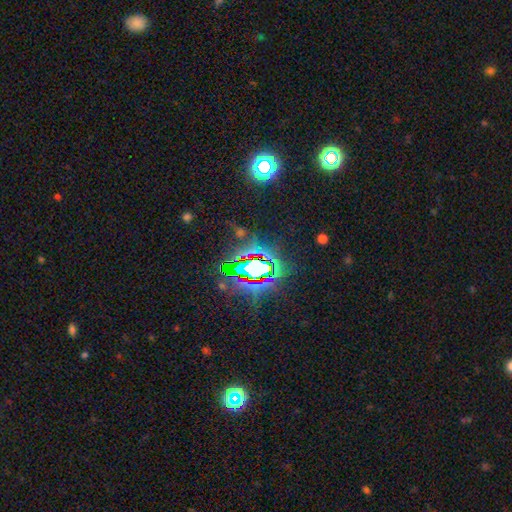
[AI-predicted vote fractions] star or artifact 78%, smooth 12%, featured or disk 10%.